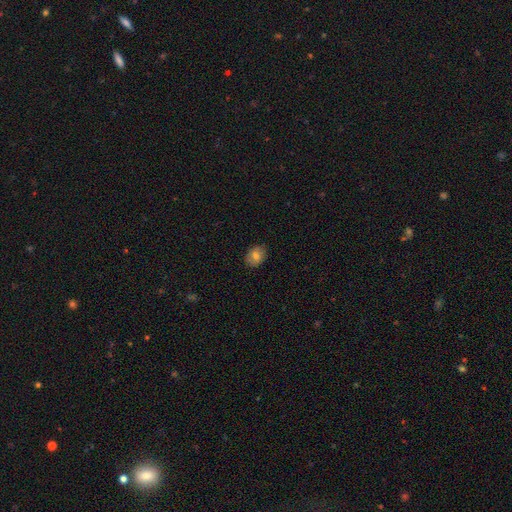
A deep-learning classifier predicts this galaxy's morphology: Q: Smooth or featured?
A: smooth (74%); runner-up: featured or disk (17%)
Q: How rounded?
A: in between (63%); runner-up: round (36%)
Q: Merging?
A: none (85%); runner-up: minor disturbance (12%)